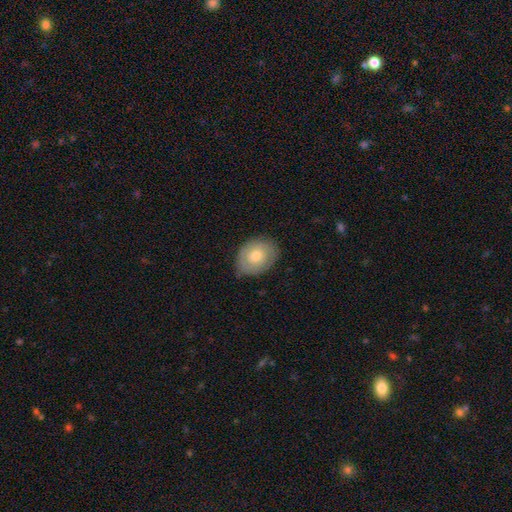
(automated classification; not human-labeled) A smooth galaxy with no disk features (54%) that is in between round and cigar-shaped (61%).

Vote fractions:
- Smooth or featured? smooth: 54% / featured or disk: 39% / star or artifact: 7%
- How rounded? in between: 61% / round: 38% / cigar-shaped: 1%
- Merging? none: 77% / minor disturbance: 19% / major disturbance: 4% / merger: 1%